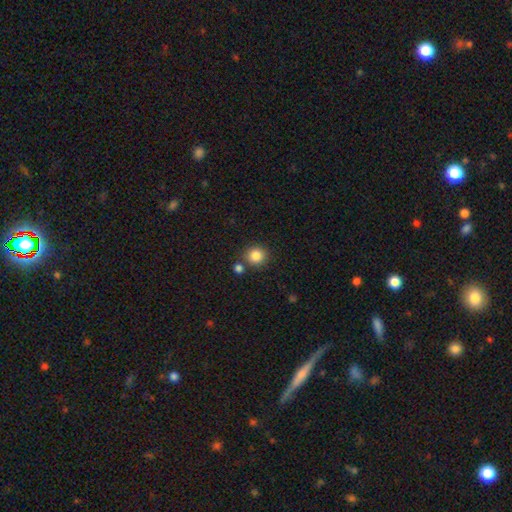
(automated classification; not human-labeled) smooth-or-featured: smooth: 85% | star or artifact: 10% | featured or disk: 5%
  how-rounded: round: 90% | in between: 9% | cigar-shaped: 1%
  merging: none: 77% | merger: 12% | minor disturbance: 8% | major disturbance: 3%